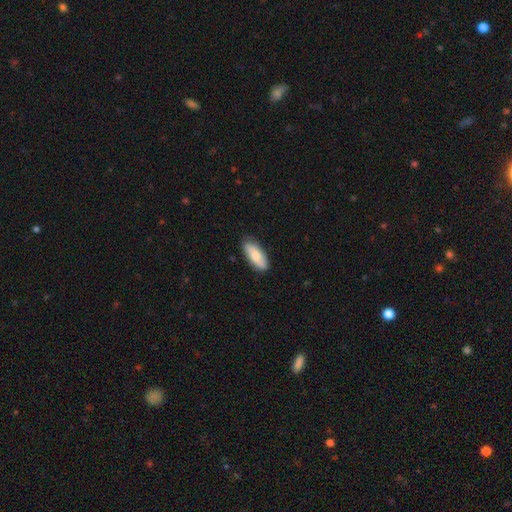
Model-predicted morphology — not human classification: type=smooth (74%); roundness=in between (76%); merging=none (85%).